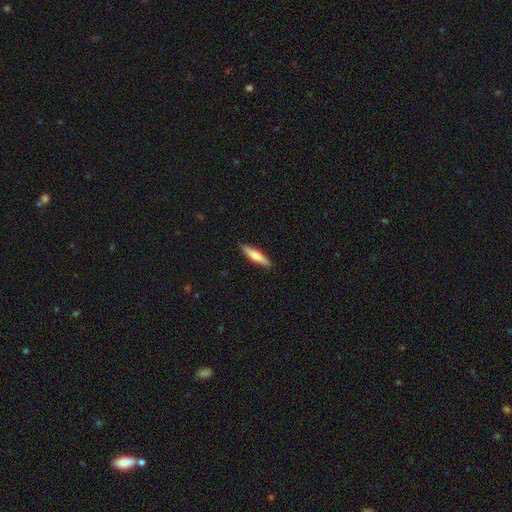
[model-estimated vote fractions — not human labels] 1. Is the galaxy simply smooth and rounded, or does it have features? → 67% smooth, 27% featured or disk, 5% star or artifact.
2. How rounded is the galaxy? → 82% cigar-shaped, 17% in between, 1% round.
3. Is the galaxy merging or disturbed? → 89% none, 8% minor disturbance, 2% major disturbance, 1% merger.